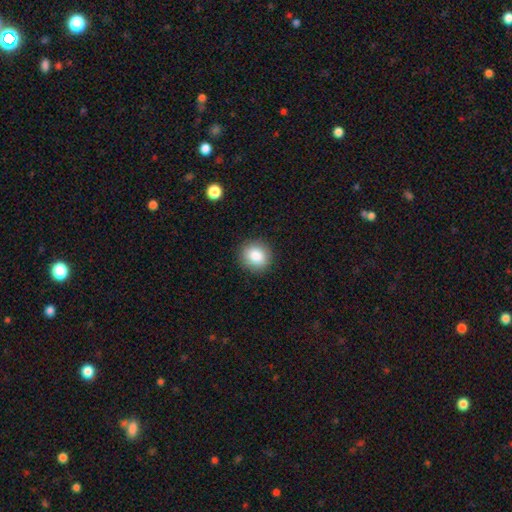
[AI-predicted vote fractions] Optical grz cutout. It shows a smooth galaxy with no disk features (86%) that is round (82%). Merging: none (90%).